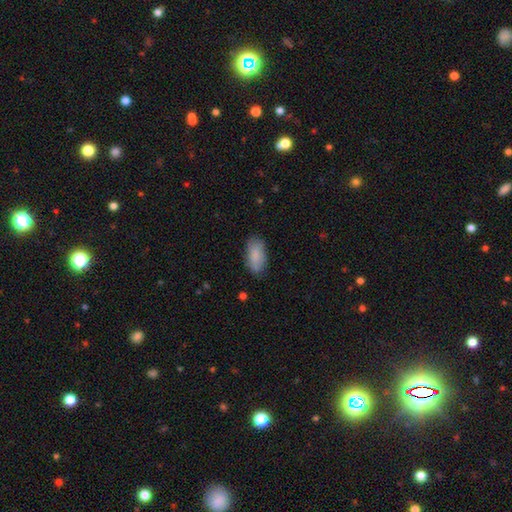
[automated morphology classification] Smooth or featured: smooth — 83% (featured or disk — 10%)
How rounded: in between — 92% (cigar-shaped — 5%)
Merging: none — 80% (minor disturbance — 15%)